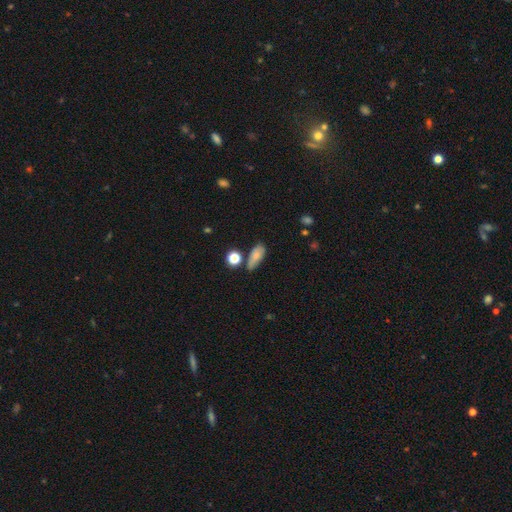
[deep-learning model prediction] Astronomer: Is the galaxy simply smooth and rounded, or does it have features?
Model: smooth — 75%.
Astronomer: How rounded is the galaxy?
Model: in between — 78%.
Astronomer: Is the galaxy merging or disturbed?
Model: none — 58%.